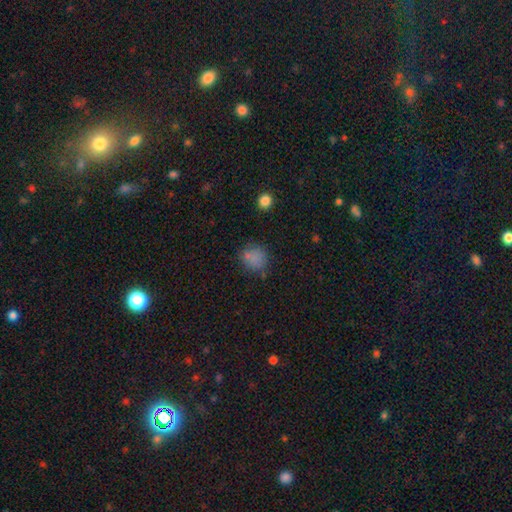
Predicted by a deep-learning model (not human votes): This is likely a smooth galaxy (73%). How rounded: clearly round (81%). Merging: likely none (77%).